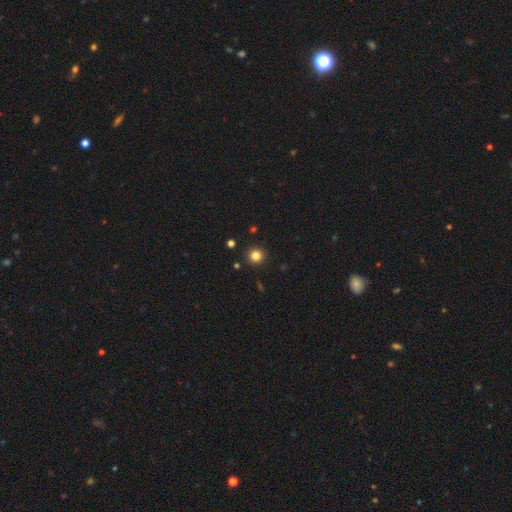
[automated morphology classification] This is clearly a smooth galaxy (82%). How rounded: clearly round (95%). Merging: clearly none (92%).